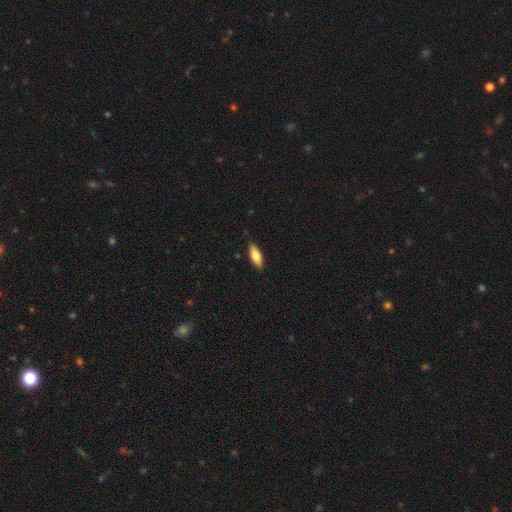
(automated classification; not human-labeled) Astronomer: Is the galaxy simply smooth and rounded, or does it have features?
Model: smooth — 76%.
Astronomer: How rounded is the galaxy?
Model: in between — 67%.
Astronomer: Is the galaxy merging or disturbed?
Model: none — 88%.